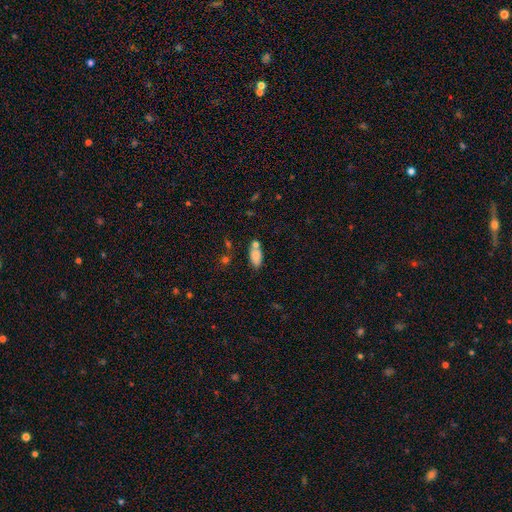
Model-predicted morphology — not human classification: type=smooth (83%); roundness=in between (89%); merging=none (58%).